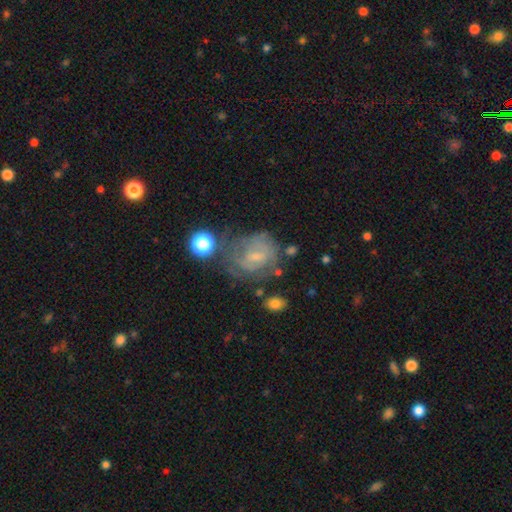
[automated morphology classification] type=featured or disk (61%); edge-on=no (97%); bar=weak (50%); spiral arms=yes (68%); bulge=small (58%); merging=none (46%).